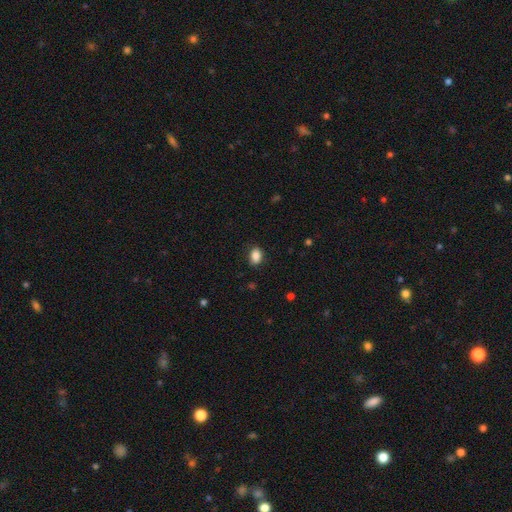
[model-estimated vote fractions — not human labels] A smooth galaxy with no disk features (87%) that is in between round and cigar-shaped (78%). Merging: none (82%).